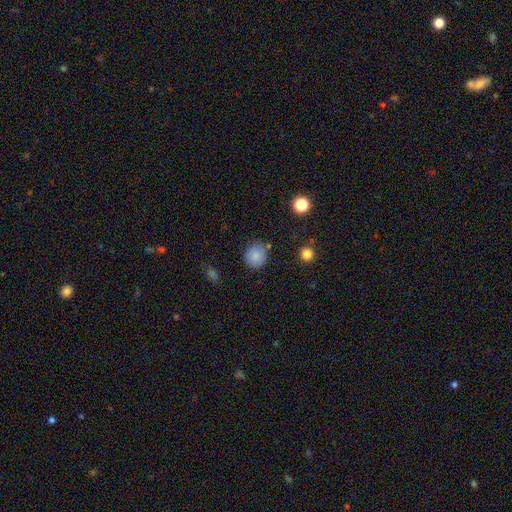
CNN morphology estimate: smooth-or-featured: smooth: 84% | star or artifact: 10% | featured or disk: 6%
  how-rounded: round: 87% | in between: 12% | cigar-shaped: 1%
  merging: none: 82% | minor disturbance: 12% | merger: 4% | major disturbance: 3%